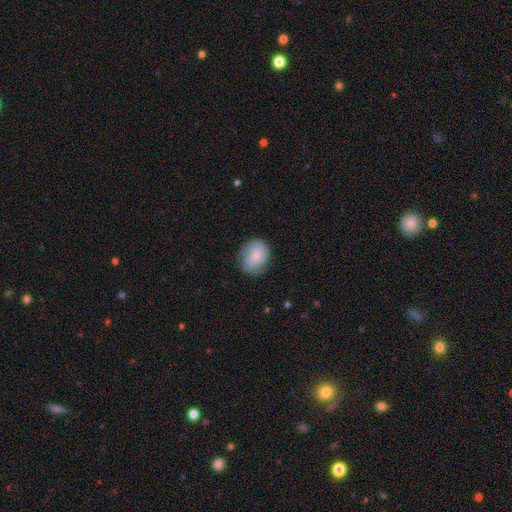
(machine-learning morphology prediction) Smooth or featured: smooth — 70% (featured or disk — 23%)
How rounded: round — 54% (in between — 45%)
Merging: none — 74% (minor disturbance — 20%)